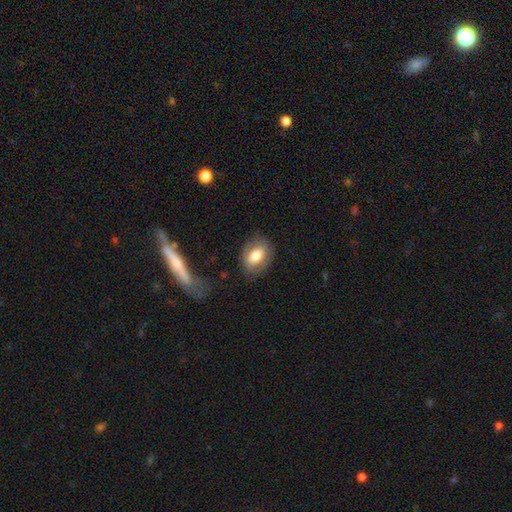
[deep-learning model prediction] This appears to be a smooth galaxy with no disk features (72%) that is in between round and cigar-shaped (83%). Merging: none (75%).